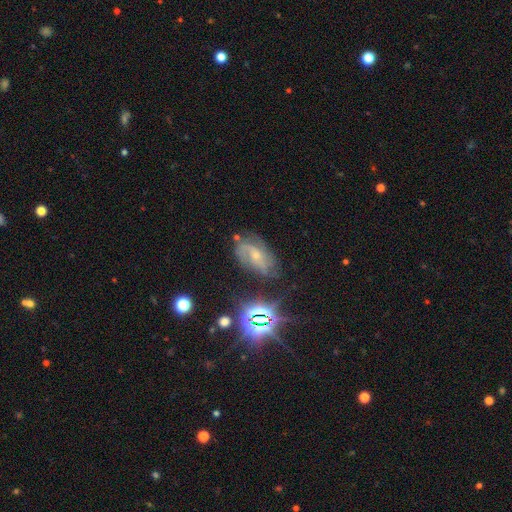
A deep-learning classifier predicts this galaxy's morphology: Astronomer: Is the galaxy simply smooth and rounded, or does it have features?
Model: featured or disk — 67%.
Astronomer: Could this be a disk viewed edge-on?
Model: no — 94%.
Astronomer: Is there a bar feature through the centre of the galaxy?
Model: no — 59%.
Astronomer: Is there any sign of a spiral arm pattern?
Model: yes — 88%.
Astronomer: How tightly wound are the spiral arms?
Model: medium — 43% (runner-up: loose, 29%).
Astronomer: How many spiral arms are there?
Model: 2 — 44% (runner-up: can't tell, 30%).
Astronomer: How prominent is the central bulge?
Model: small — 67%.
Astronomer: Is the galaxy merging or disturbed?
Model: none — 59%.